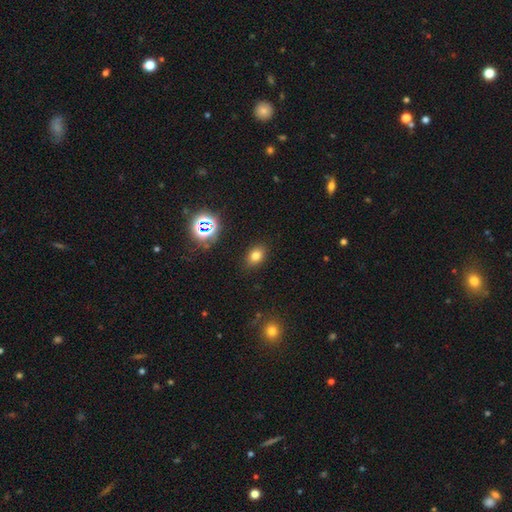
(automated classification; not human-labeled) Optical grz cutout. It shows a smooth galaxy with no disk features (75%) that is in between round and cigar-shaped (74%). Merging: none (87%).